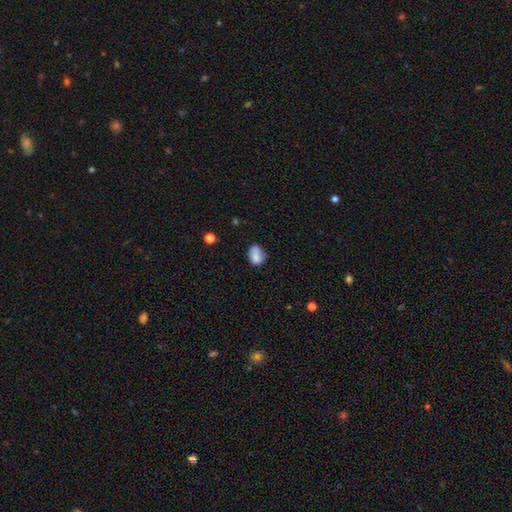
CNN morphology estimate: The model was most divided on "merging": none: 57%, minor disturbance: 30%, major disturbance: 8%, merger: 5%. More confident: smooth or featured — smooth (83%); how rounded — in between (68%).